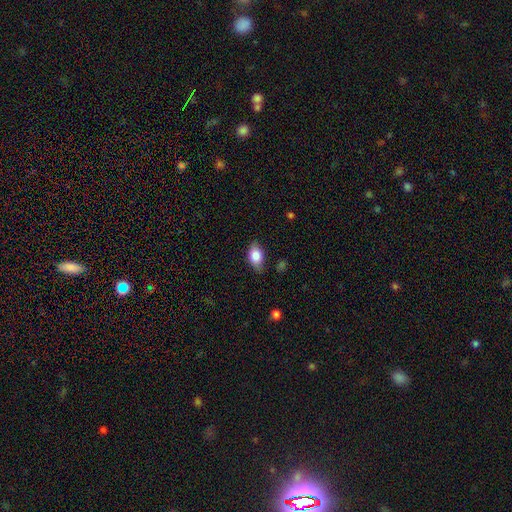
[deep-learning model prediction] Overall: smooth (80%). How rounded: in between (88%). Merging: none (76%).